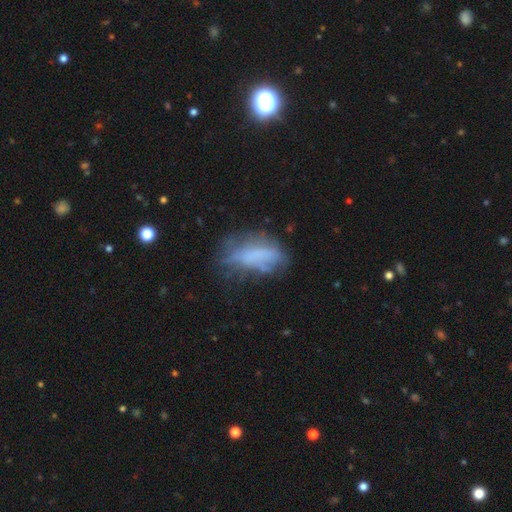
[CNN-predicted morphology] Overall: smooth (48%; featured or disk 38%). Merging: none (37%; major disturbance 29%).